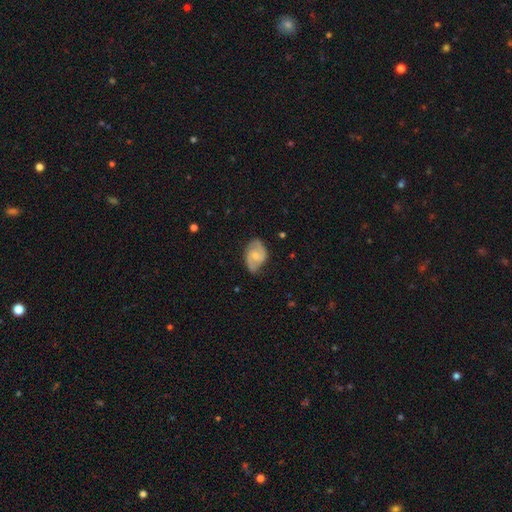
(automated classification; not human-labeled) featured or disk 72%, smooth 22%, star or artifact 6%. Down the decision tree: edge-on disk — no (97%); bar — no (46%); spiral arms — yes (92%); spiral arm count — 2 (88%); spiral winding — medium (51%); bulge size — small (49%); merging — none (72%).